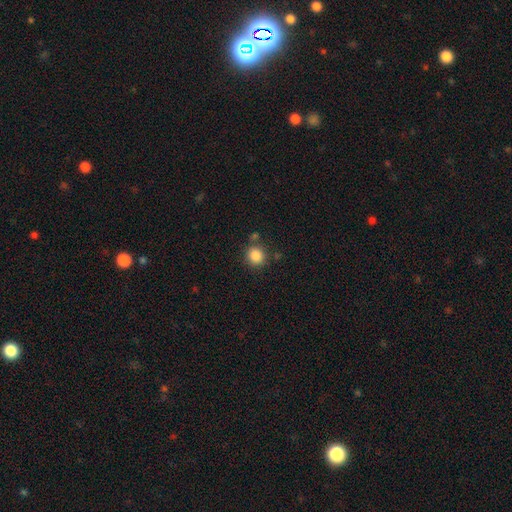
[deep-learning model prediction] A smooth galaxy with no disk features (86%) that is round (85%). Merging: none (78%).